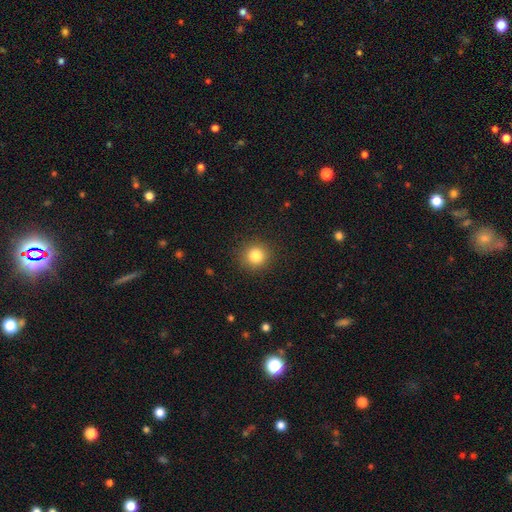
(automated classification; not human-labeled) This appears to be a smooth galaxy with no disk features (83%) that is round (92%). Merging: none (90%).